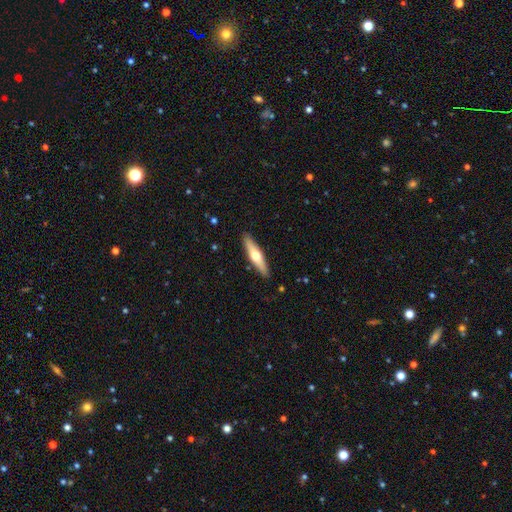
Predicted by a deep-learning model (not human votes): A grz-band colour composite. It shows a featured or disk galaxy (48%). Merging: none (90%).